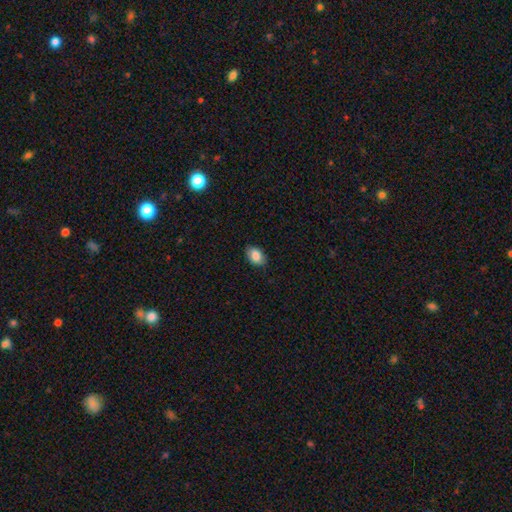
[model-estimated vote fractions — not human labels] A smooth galaxy with no disk features (85%) that is in between round and cigar-shaped (85%).

Vote fractions:
- Smooth or featured? smooth: 85% / featured or disk: 8% / star or artifact: 7%
- How rounded? in between: 85% / round: 14% / cigar-shaped: 1%
- Merging? none: 84% / minor disturbance: 13% / major disturbance: 2% / merger: 1%